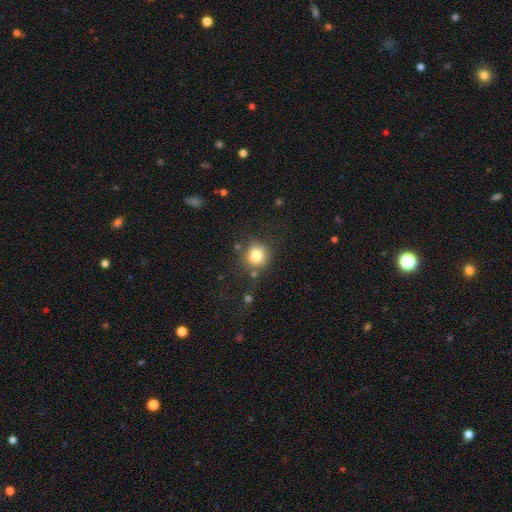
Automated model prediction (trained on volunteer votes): This is clearly a smooth galaxy (81%). How rounded: clearly round (88%). Merging: likely none (76%).